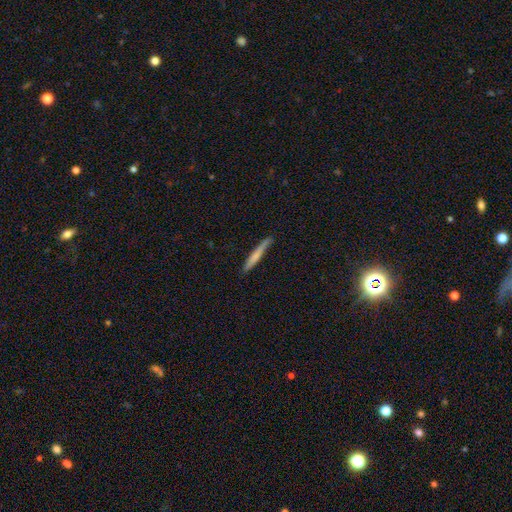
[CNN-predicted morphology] Q: Smooth or featured?
A: smooth (65%); runner-up: featured or disk (29%)
Q: How rounded?
A: cigar-shaped (95%); runner-up: in between (3%)
Q: Merging?
A: none (78%); runner-up: minor disturbance (17%)